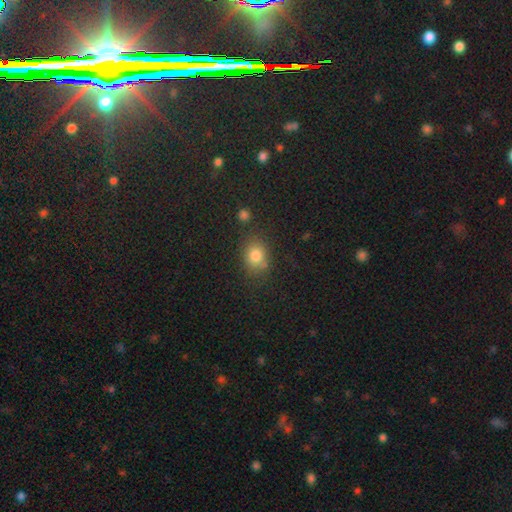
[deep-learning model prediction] This is likely a smooth galaxy (80%). How rounded: possibly in between (53%). Merging: likely none (72%).